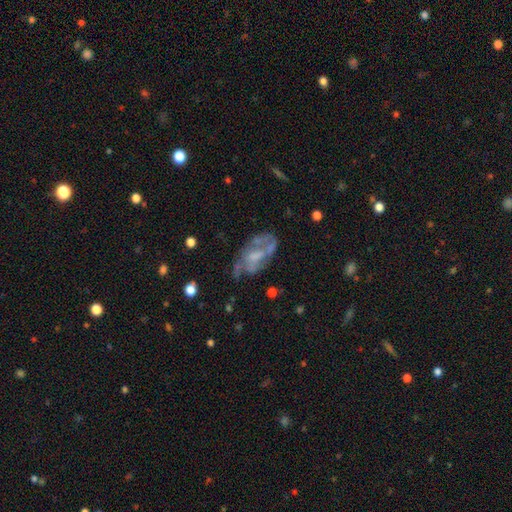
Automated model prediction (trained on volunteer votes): Q: Smooth or featured?
A: featured or disk (65%); runner-up: smooth (25%)
Q: Edge-on disk?
A: no (94%); runner-up: yes (6%)
Q: Bar?
A: no (64%); runner-up: weak (29%)
Q: Spiral arms?
A: no (51%); runner-up: yes (49%)
Q: Bulge size?
A: moderate (33%); runner-up: none (30%)
Q: Merging?
A: none (46%); runner-up: major disturbance (24%)